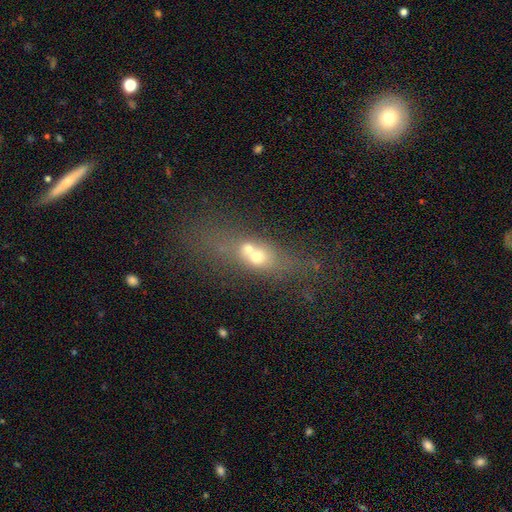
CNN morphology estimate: This is possibly a smooth galaxy (49%). Merging: possibly merger (54%).